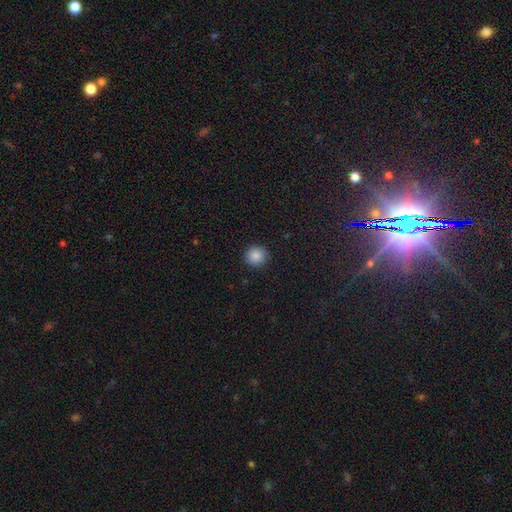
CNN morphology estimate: Smooth or featured?
  - smooth: 86% *
  - star or artifact: 10%
  - featured or disk: 4%
How rounded?
  - round: 93% *
  - in between: 6%
  - cigar-shaped: 1%
Merging?
  - none: 91% *
  - minor disturbance: 6%
  - major disturbance: 2%
  - merger: 1%